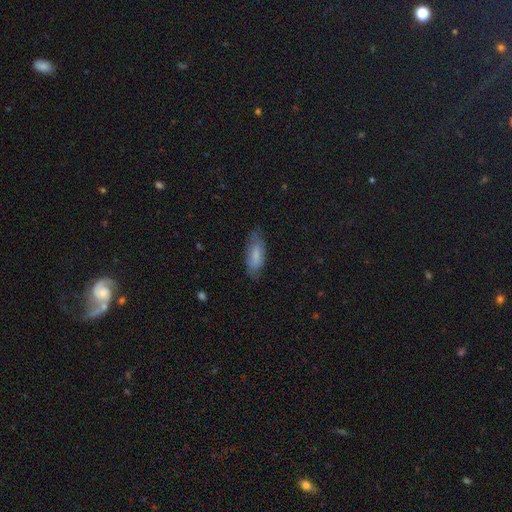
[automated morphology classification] A smooth galaxy with no disk features (69%) that is in between round and cigar-shaped (73%). Merging: none (72%).